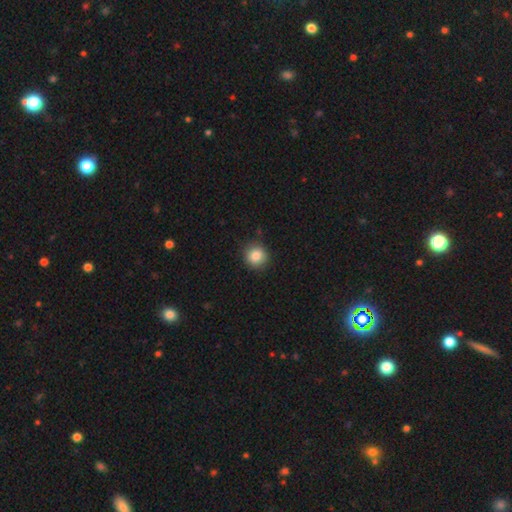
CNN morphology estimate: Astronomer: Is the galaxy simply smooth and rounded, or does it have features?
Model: smooth — 86%.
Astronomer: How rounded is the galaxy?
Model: round — 90%.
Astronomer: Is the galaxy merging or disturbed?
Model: none — 88%.